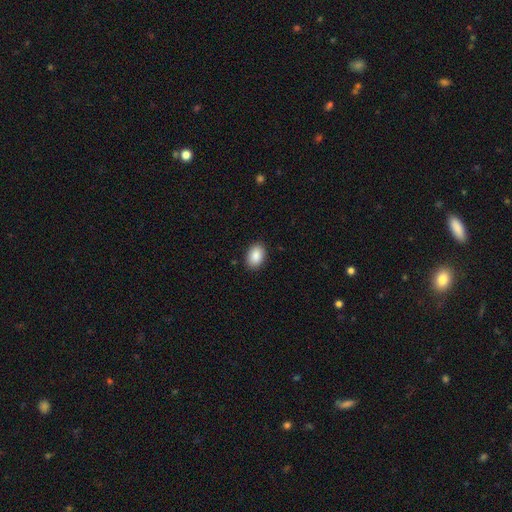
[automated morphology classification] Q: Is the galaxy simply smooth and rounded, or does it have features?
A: smooth — 88%.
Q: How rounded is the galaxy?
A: in between — 87%.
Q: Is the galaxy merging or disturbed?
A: none — 89%.